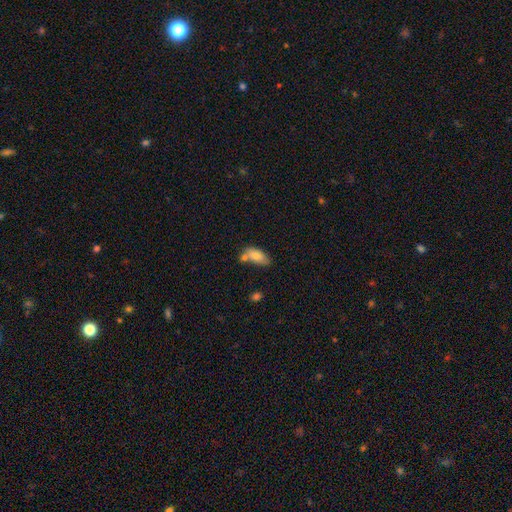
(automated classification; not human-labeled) The model was most divided on "merging": none: 47%, merger: 28%, minor disturbance: 19%, major disturbance: 5%. More confident: how rounded — in between (87%); smooth or featured — smooth (79%).